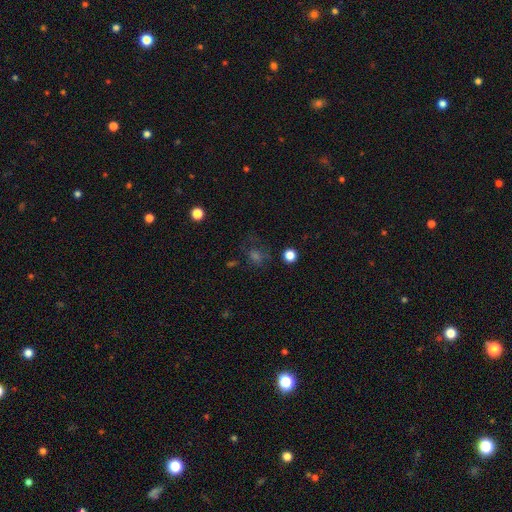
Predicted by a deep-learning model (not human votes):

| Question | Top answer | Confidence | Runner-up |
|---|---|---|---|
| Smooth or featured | smooth | 47% | star or artifact (35%) |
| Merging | none | 62% | minor disturbance (18%) |